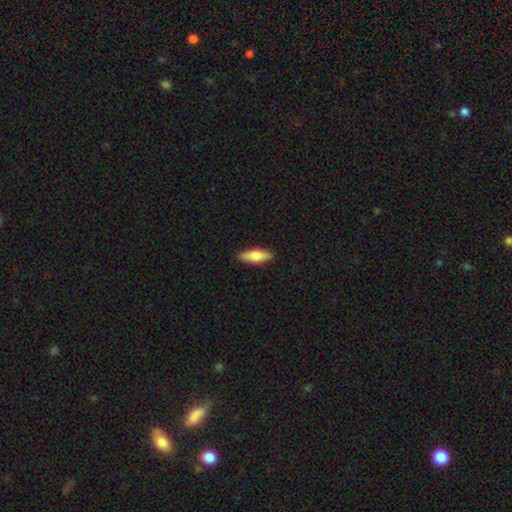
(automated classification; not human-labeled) A smooth galaxy with no disk features (73%) that is in between round and cigar-shaped (56%).

Vote fractions:
- Smooth or featured? smooth: 73% / featured or disk: 22% / star or artifact: 6%
- How rounded? in between: 56% / cigar-shaped: 42% / round: 2%
- Merging? none: 88% / minor disturbance: 9% / major disturbance: 2% / merger: 1%